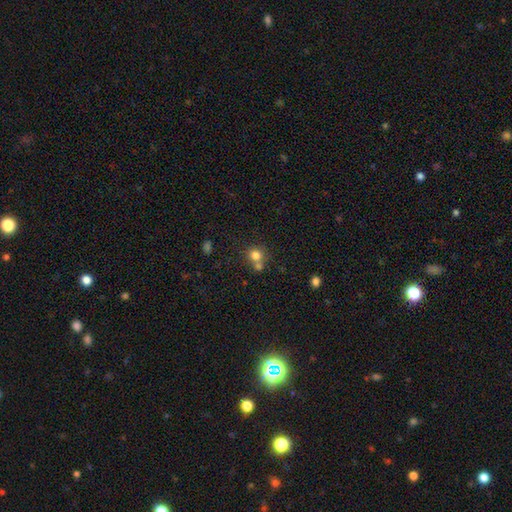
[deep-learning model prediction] The model was most divided on "merging": none: 52%, merger: 37%, minor disturbance: 8%, major disturbance: 3%. More confident: how rounded — round (86%); smooth or featured — smooth (78%).